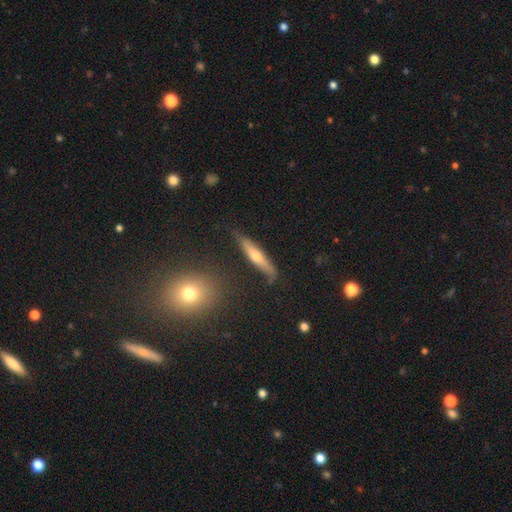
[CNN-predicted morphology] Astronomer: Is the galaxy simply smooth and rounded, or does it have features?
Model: featured or disk — 58%.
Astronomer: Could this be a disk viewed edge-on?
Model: yes — 90%.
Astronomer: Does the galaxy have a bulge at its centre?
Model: rounded — 83%.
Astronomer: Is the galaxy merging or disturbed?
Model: none — 81%.